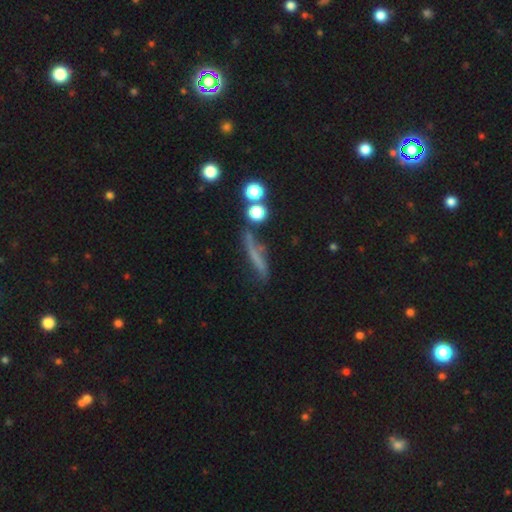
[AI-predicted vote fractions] The model was most divided on "smooth or featured": smooth: 46%, featured or disk: 38%, star or artifact: 16%. More confident: merging — none (53%).